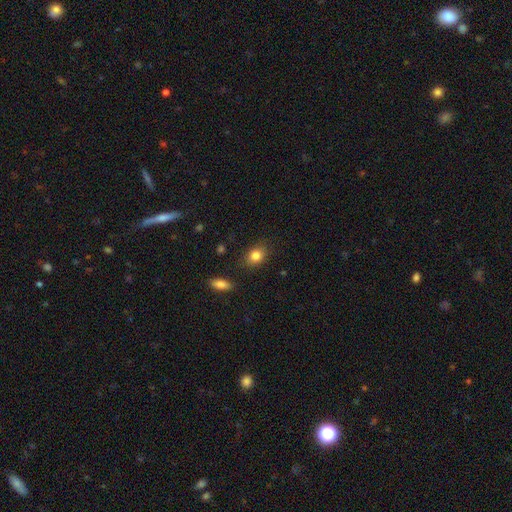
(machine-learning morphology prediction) type=smooth (83%); roundness=in between (61%); merging=none (82%).